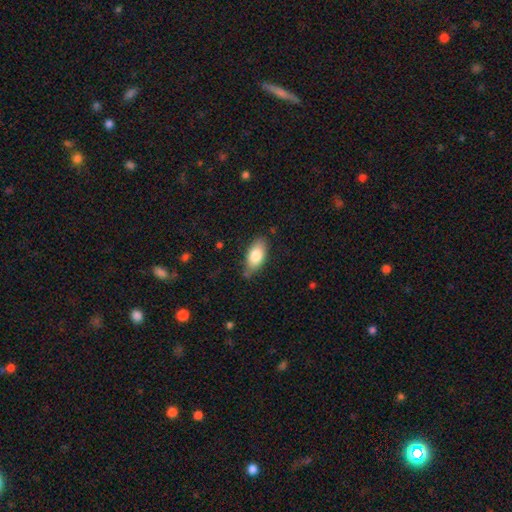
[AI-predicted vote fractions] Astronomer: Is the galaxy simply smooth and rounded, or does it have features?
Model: smooth — 79%.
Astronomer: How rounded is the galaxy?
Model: in between — 90%.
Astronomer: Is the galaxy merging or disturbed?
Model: none — 75%.